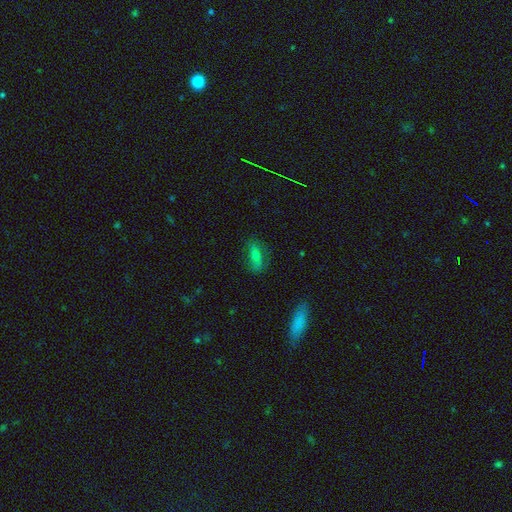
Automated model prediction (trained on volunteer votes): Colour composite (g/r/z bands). It shows a smooth galaxy with no disk features (61%) that is in between round and cigar-shaped (73%). Merging: none (77%).